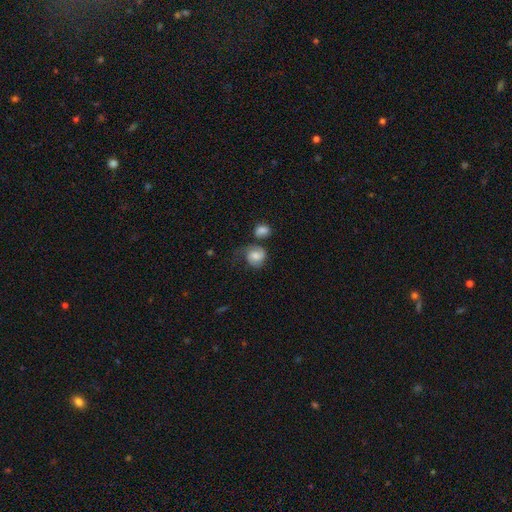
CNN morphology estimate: smooth_or_featured: smooth (p=0.52) [alt: featured or disk p=0.40]
how_rounded: round (p=0.68) [alt: in between p=0.31]
merging: none (p=0.43) [alt: minor disturbance p=0.24]